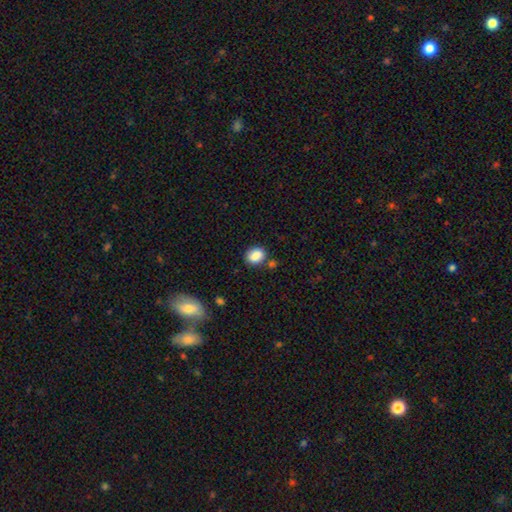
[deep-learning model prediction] The model was most divided on "how rounded": in between: 51%, round: 48%, cigar-shaped: 1%. More confident: smooth or featured — smooth (86%); merging — none (76%).